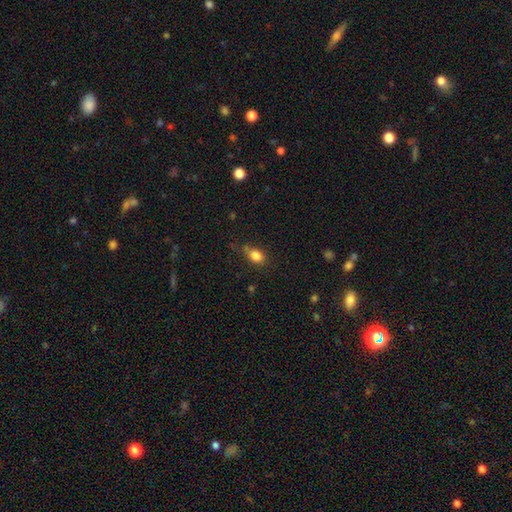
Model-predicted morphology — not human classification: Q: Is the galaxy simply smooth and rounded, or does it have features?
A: smooth — 83%.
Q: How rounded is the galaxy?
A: in between — 71%.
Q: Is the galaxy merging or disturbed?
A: none — 63%.